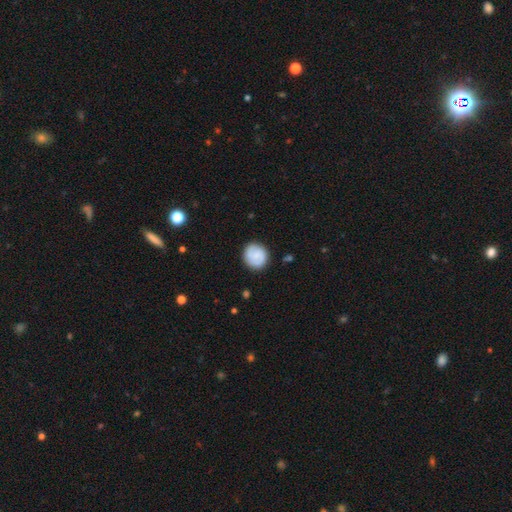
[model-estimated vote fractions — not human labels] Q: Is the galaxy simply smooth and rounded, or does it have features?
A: smooth — 60%.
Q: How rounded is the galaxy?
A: round — 85%.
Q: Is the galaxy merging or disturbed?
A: none — 85%.